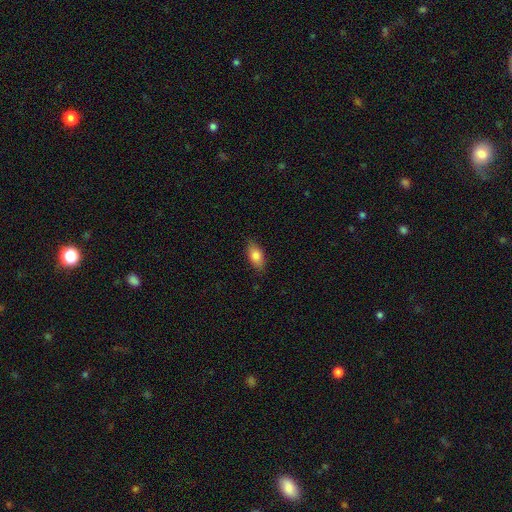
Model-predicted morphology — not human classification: Q: Smooth or featured?
A: smooth (82%); runner-up: featured or disk (11%)
Q: How rounded?
A: in between (88%); runner-up: cigar-shaped (7%)
Q: Merging?
A: none (83%); runner-up: minor disturbance (13%)